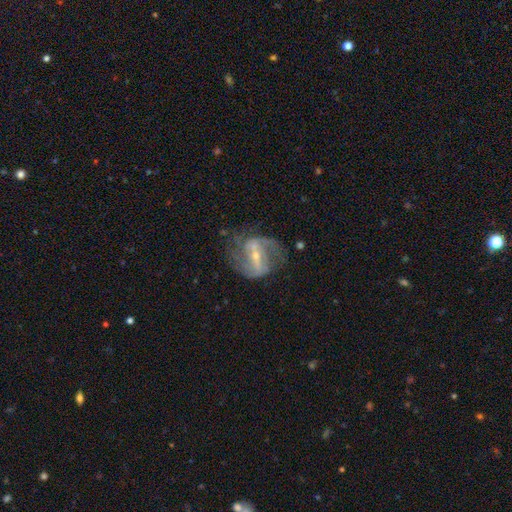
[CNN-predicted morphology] This appears to be a featured or disk galaxy (87%) with a strong bar (63%), 2 (78%) medium (47%) spiral arms (93%) and a small central bulge (65%). Merging: none (65%).